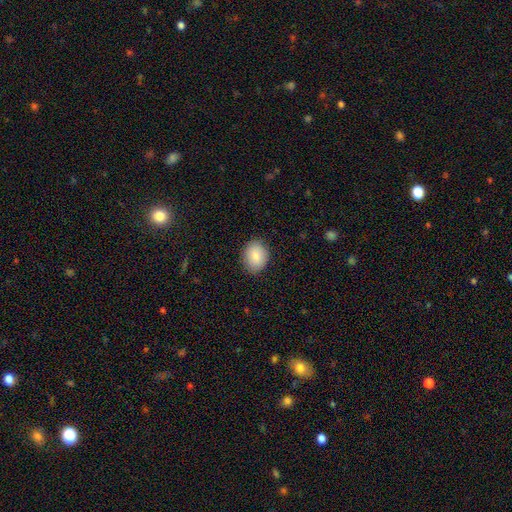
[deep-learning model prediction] Overall: smooth (85%). How rounded: in between (53%; round 46%). Merging: none (87%).